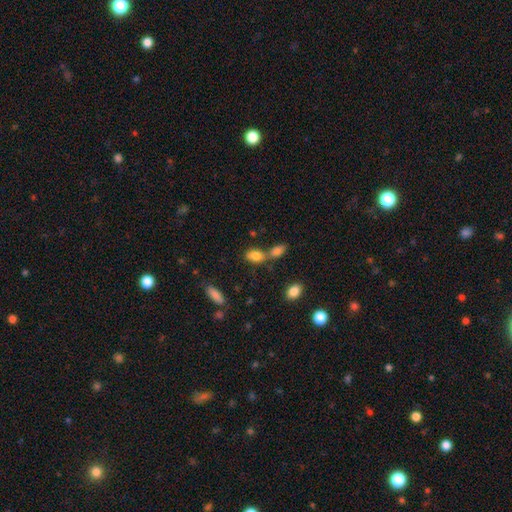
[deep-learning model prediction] A smooth galaxy with no disk features (82%) that is in between round and cigar-shaped (86%).

Vote fractions:
- Smooth or featured? smooth: 82% / star or artifact: 9% / featured or disk: 8%
- How rounded? in between: 86% / round: 10% / cigar-shaped: 4%
- Merging? merger: 45% / none: 39% / minor disturbance: 12% / major disturbance: 5%